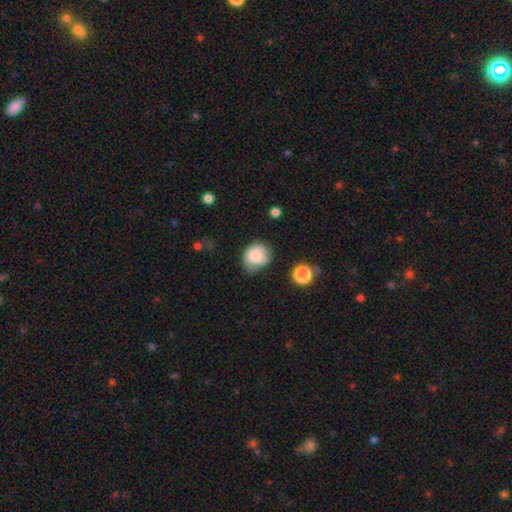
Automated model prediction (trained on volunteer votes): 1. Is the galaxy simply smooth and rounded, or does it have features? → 80% smooth, 12% featured or disk, 9% star or artifact.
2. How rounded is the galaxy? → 64% round, 36% in between, 1% cigar-shaped.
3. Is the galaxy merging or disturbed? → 58% none, 30% minor disturbance, 9% major disturbance, 3% merger.